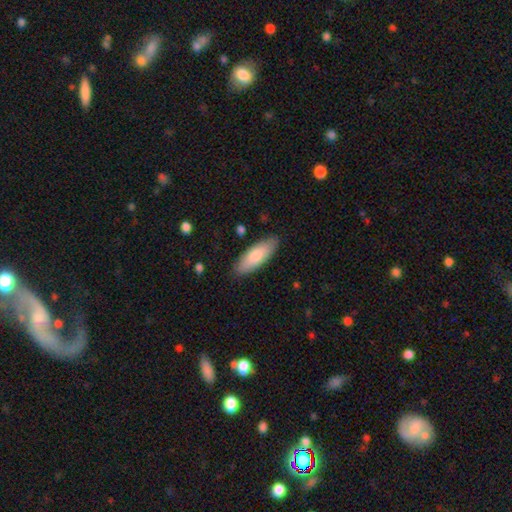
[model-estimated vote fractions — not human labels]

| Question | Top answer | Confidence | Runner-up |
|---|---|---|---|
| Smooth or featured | smooth | 79% | featured or disk (16%) |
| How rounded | in between | 67% | cigar-shaped (31%) |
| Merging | none | 87% | minor disturbance (10%) |